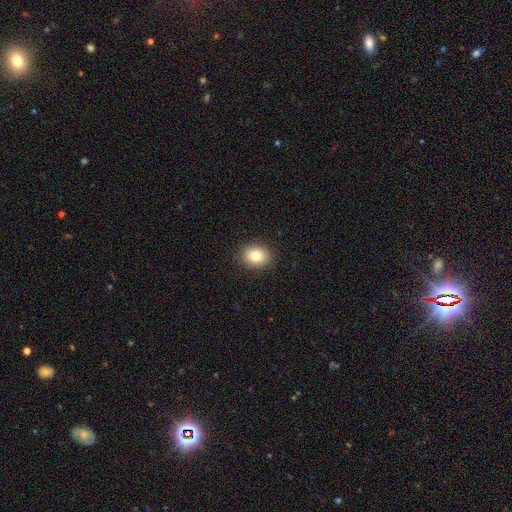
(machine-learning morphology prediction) smooth_or_featured: smooth (p=0.82) [alt: star or artifact p=0.10]
how_rounded: round (p=0.56) [alt: in between p=0.43]
merging: none (p=0.90) [alt: minor disturbance p=0.07]